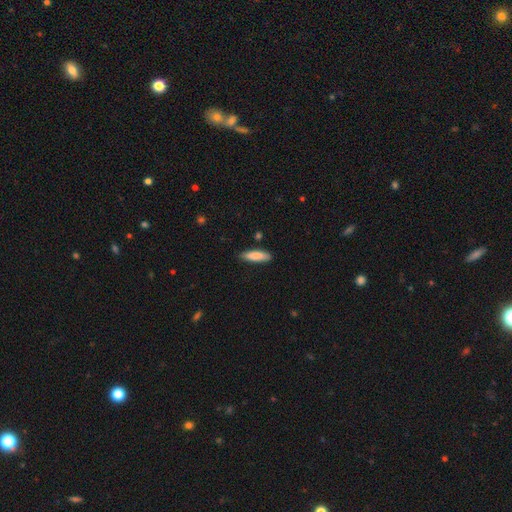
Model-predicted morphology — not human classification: Overall: smooth (85%). How rounded: cigar-shaped (60%; in between 39%). Merging: none (83%).